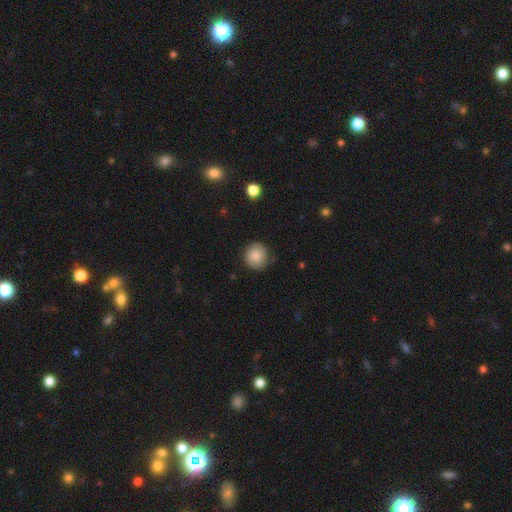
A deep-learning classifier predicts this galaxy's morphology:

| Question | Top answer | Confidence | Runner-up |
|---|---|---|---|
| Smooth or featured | smooth | 76% | featured or disk (16%) |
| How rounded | round | 88% | in between (11%) |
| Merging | none | 77% | minor disturbance (17%) |